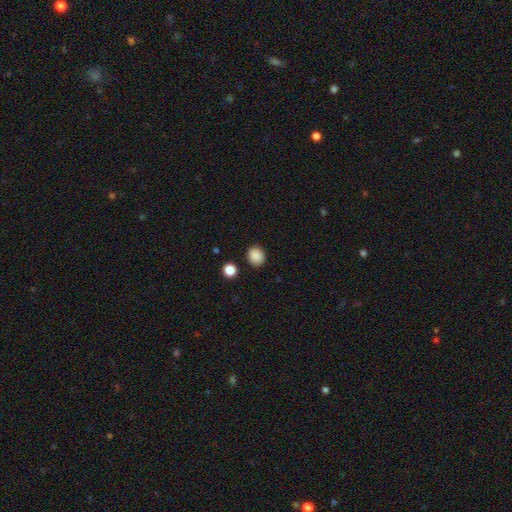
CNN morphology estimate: This appears to be a smooth galaxy with no disk features (88%) that is round (73%). Merging: none (88%).